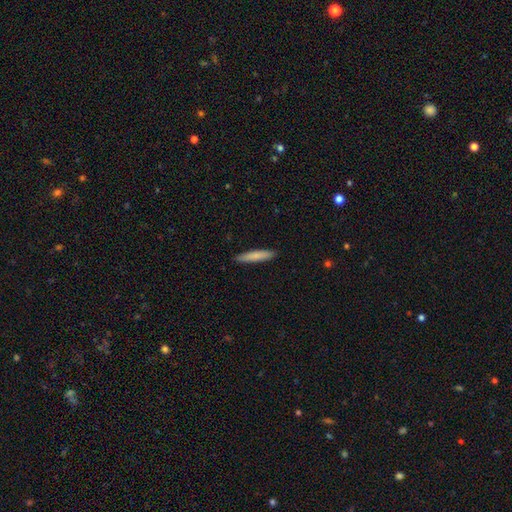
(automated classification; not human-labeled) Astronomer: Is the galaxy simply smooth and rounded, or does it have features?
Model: smooth — 81%.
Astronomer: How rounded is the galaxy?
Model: cigar-shaped — 91%.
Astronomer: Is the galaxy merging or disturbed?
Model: none — 91%.